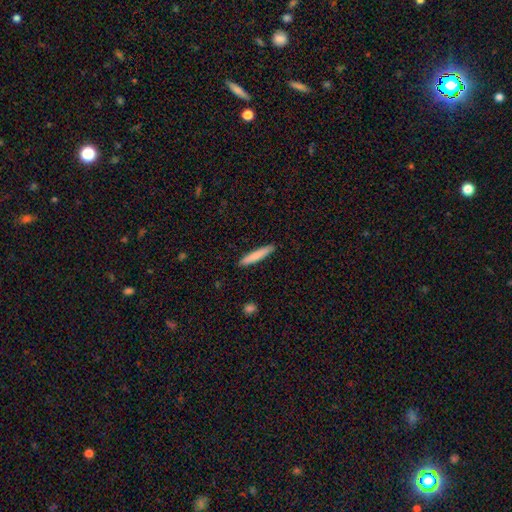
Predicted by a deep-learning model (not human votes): smooth-or-featured: smooth: 80% | featured or disk: 14% | star or artifact: 5%
  how-rounded: cigar-shaped: 93% | in between: 6% | round: 1%
  merging: none: 90% | minor disturbance: 7% | major disturbance: 1% | merger: 1%